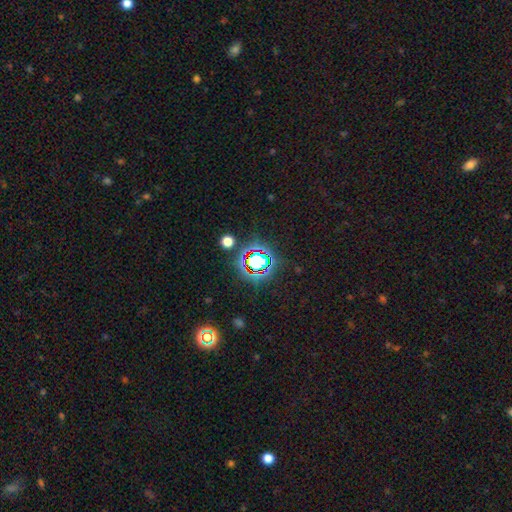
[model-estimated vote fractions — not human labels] The model was most divided on "smooth or featured": star or artifact: 76%, smooth: 15%, featured or disk: 9%.